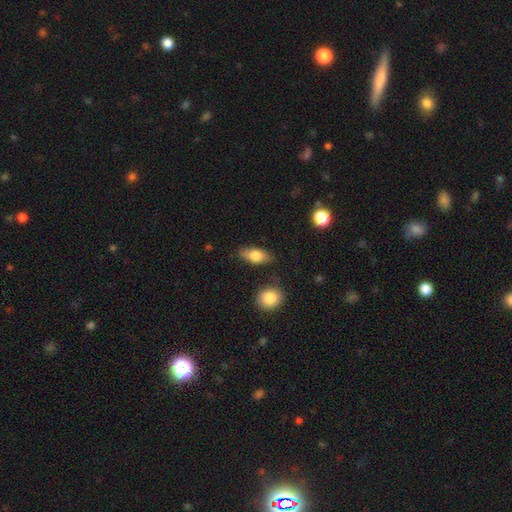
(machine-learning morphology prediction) type=smooth (76%); roundness=in between (83%); merging=none (81%).